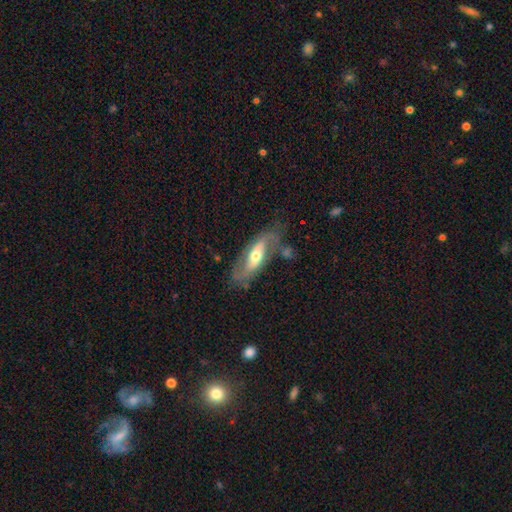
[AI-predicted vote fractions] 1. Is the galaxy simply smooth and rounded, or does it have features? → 69% featured or disk, 25% smooth, 6% star or artifact.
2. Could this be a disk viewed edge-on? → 83% no, 17% yes.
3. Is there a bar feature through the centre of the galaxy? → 47% no, 30% weak, 23% strong.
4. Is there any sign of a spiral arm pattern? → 77% yes, 23% no.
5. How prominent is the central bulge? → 67% moderate, 21% small, 10% large, 1% dominant, 1% none.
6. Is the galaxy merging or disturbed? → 61% none, 22% minor disturbance, 12% major disturbance, 5% merger.